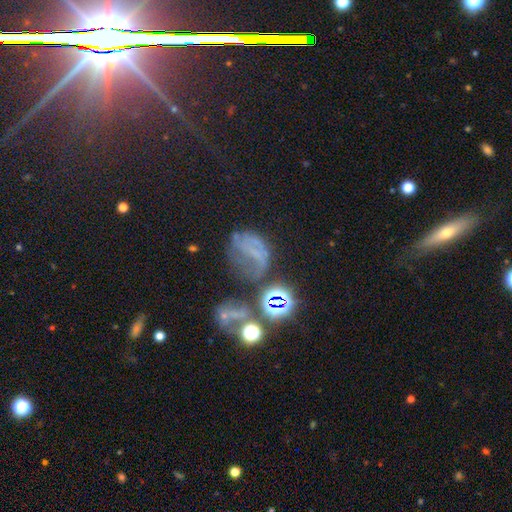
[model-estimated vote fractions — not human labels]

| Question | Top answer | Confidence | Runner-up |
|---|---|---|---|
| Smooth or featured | star or artifact | 45% | smooth (28%) |